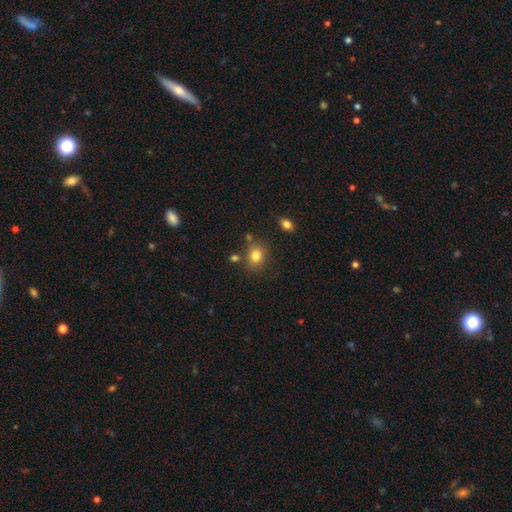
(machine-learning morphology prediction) This is clearly a smooth galaxy (81%). How rounded: likely round (63%). Merging: likely none (76%).